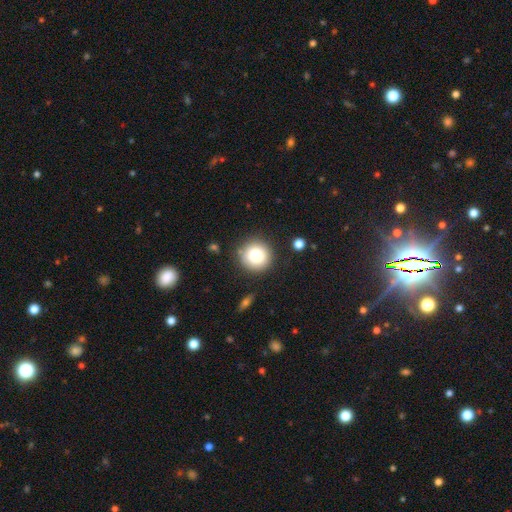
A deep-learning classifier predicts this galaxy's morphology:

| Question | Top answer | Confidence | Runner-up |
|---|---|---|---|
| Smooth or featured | smooth | 80% | star or artifact (10%) |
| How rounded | round | 94% | in between (5%) |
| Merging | none | 86% | minor disturbance (9%) |